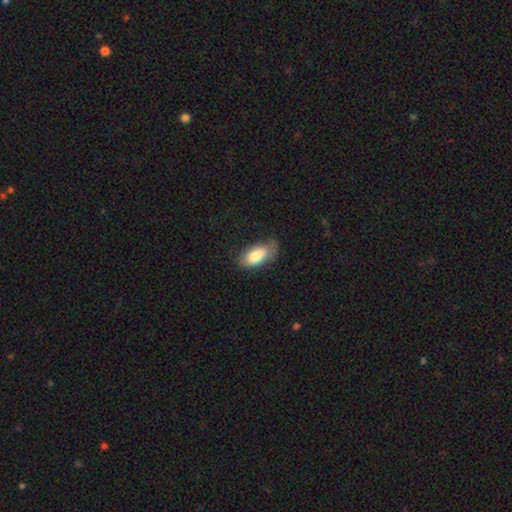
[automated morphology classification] Q: Smooth or featured?
A: smooth (82%); runner-up: featured or disk (12%)
Q: How rounded?
A: in between (91%); runner-up: cigar-shaped (7%)
Q: Merging?
A: none (58%); runner-up: minor disturbance (32%)